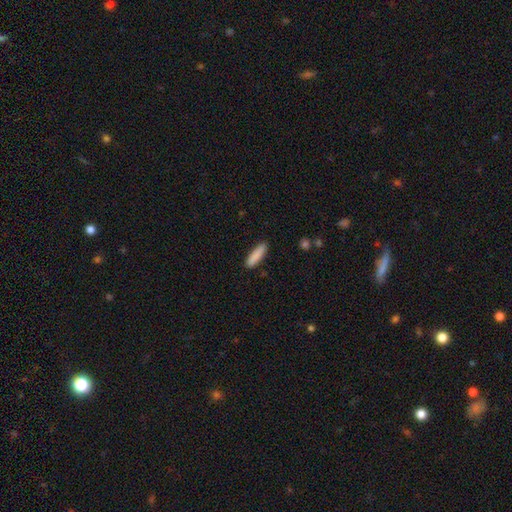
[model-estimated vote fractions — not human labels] Overall: smooth (87%). How rounded: cigar-shaped (73%). Merging: none (89%).